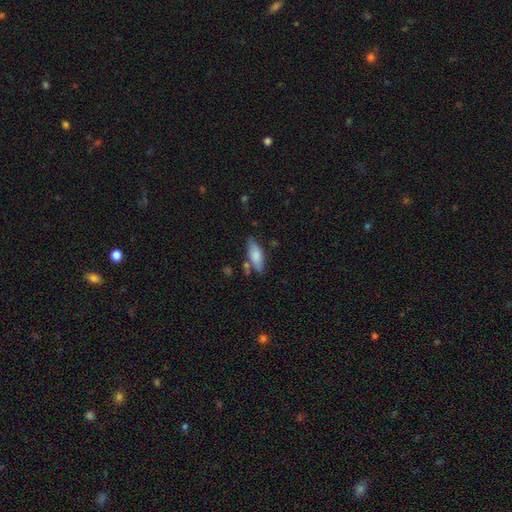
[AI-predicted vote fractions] smooth_or_featured: smooth (p=0.76) [alt: featured or disk p=0.18]
how_rounded: in between (p=0.63) [alt: cigar-shaped p=0.35]
merging: none (p=0.68) [alt: minor disturbance p=0.19]